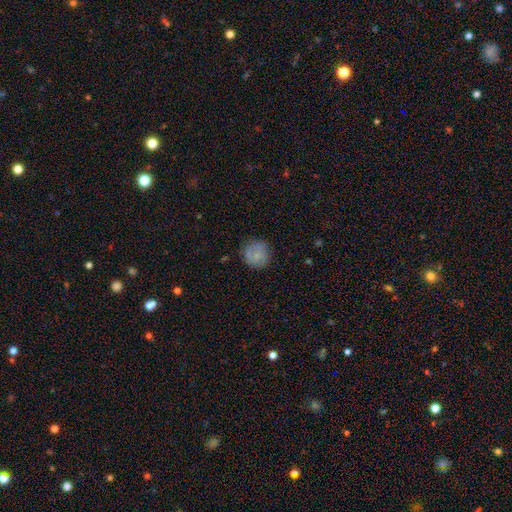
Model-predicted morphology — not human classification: type=smooth (75%); roundness=round (92%); merging=none (79%).